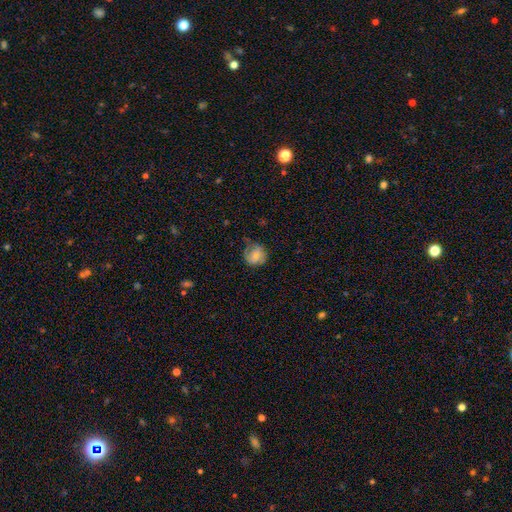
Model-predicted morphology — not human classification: smooth 65%, featured or disk 27%, star or artifact 8%. Down the decision tree: how rounded — round (75%); merging — none (50%).